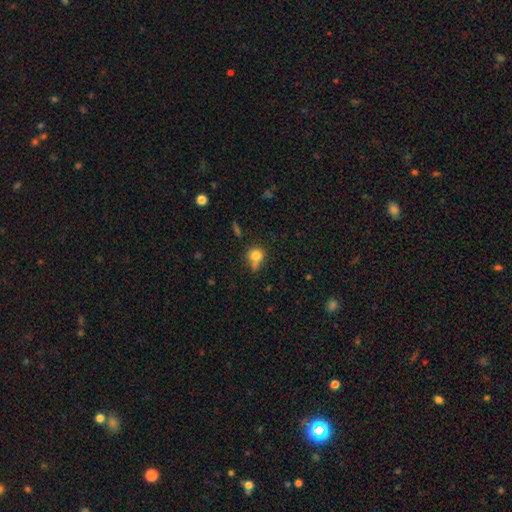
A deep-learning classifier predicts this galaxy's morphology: This is likely a smooth galaxy (77%). How rounded: likely round (77%). Merging: possibly none (50%).